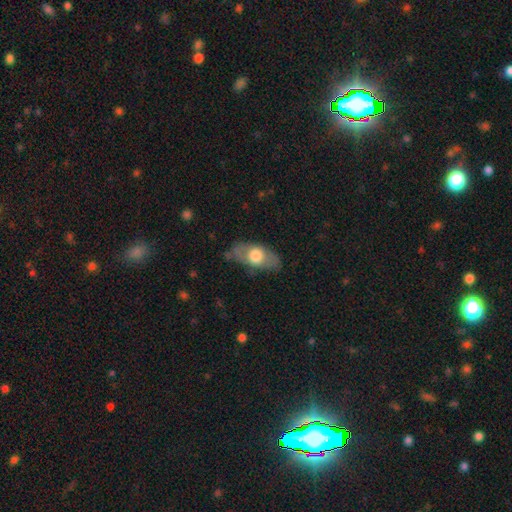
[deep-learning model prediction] The model was most divided on "smooth or featured": smooth: 58%, featured or disk: 36%, star or artifact: 6%. More confident: how rounded — in between (84%); merging — none (69%).